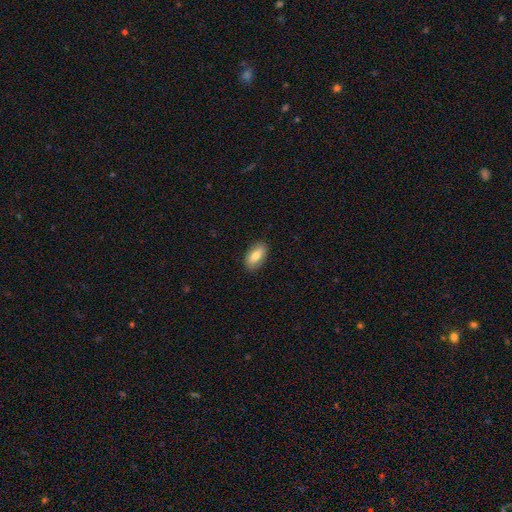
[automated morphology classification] Smooth or featured? smooth (70%)
How rounded? in between (90%)
Merging? none (85%)